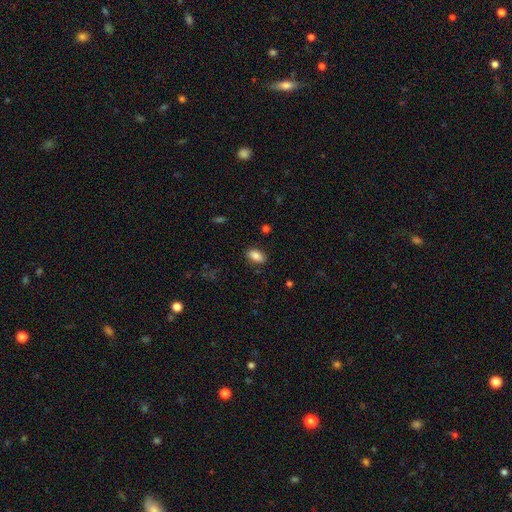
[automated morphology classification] This is clearly a smooth galaxy (85%). How rounded: clearly in between (91%). Merging: clearly none (86%).